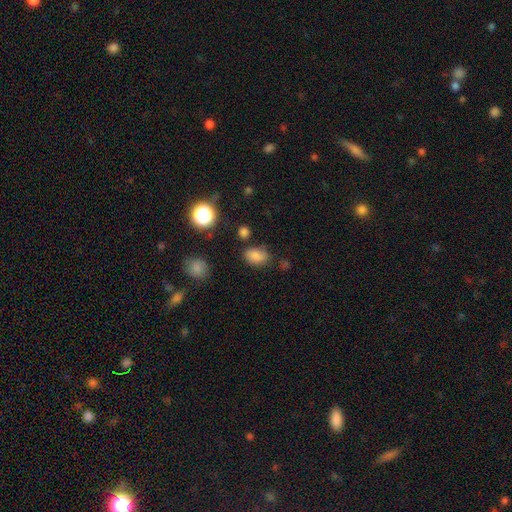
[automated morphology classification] A smooth galaxy with no disk features (81%) that is in between round and cigar-shaped (80%).

Vote fractions:
- Smooth or featured? smooth: 81% / star or artifact: 14% / featured or disk: 6%
- How rounded? in between: 80% / round: 19% / cigar-shaped: 1%
- Merging? none: 72% / minor disturbance: 19% / major disturbance: 5% / merger: 5%